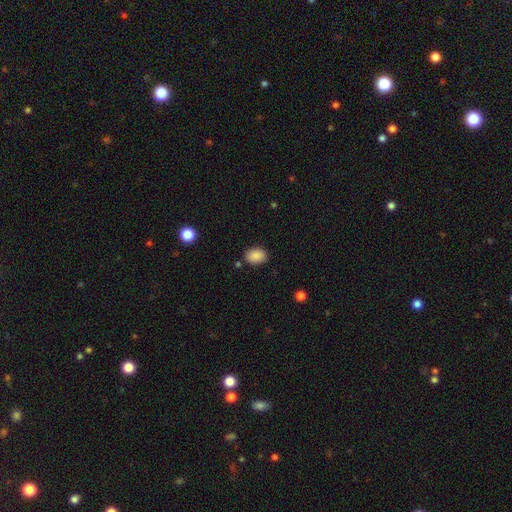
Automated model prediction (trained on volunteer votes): Overall: smooth (89%). How rounded: in between (78%). Merging: none (84%).